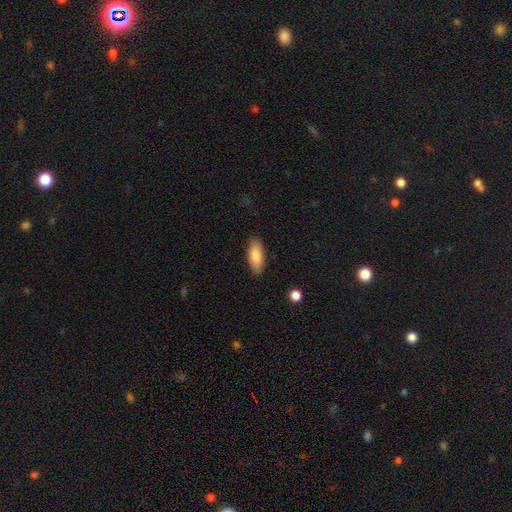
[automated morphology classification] type=smooth (85%); roundness=in between (77%); merging=none (88%).